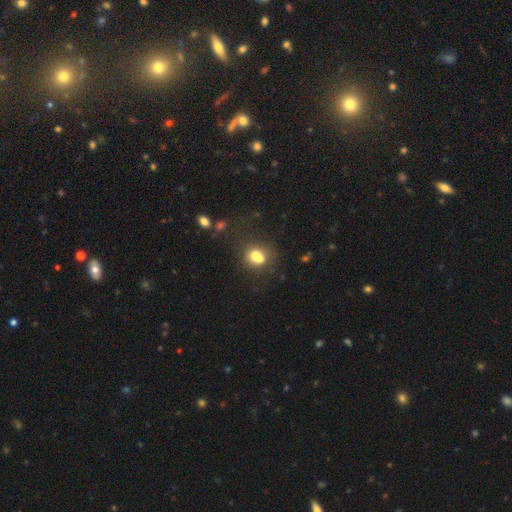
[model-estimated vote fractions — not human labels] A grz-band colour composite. It shows a smooth galaxy with no disk features (71%) that is round (61%). Merging: none (40%).